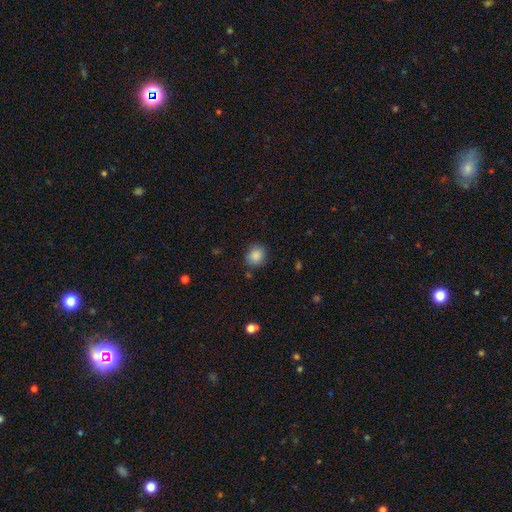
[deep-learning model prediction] A smooth galaxy with no disk features (87%) that is round (73%). Merging: none (82%).